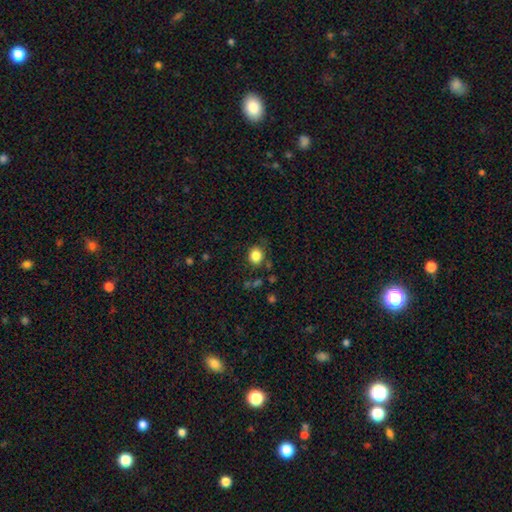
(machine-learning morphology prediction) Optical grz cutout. It shows a smooth galaxy with no disk features (84%) that is round (74%). Merging: none (78%).